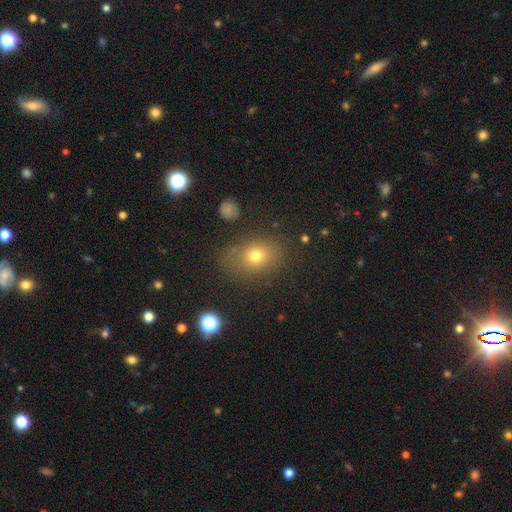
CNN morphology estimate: This is likely a smooth galaxy (71%). How rounded: likely in between (60%). Merging: likely none (78%).